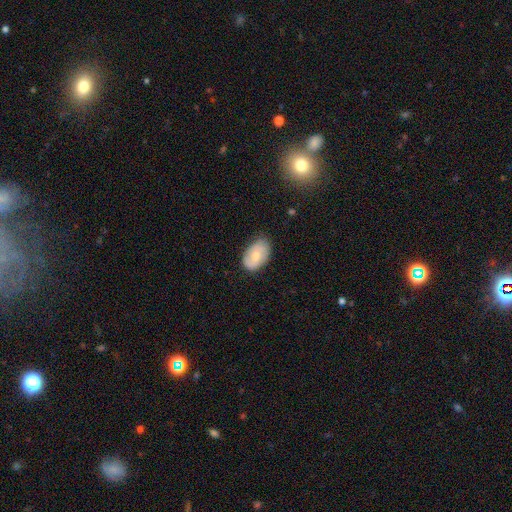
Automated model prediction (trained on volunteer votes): smooth 60%, featured or disk 33%, star or artifact 7%. Down the decision tree: how rounded — in between (87%); merging — none (69%).